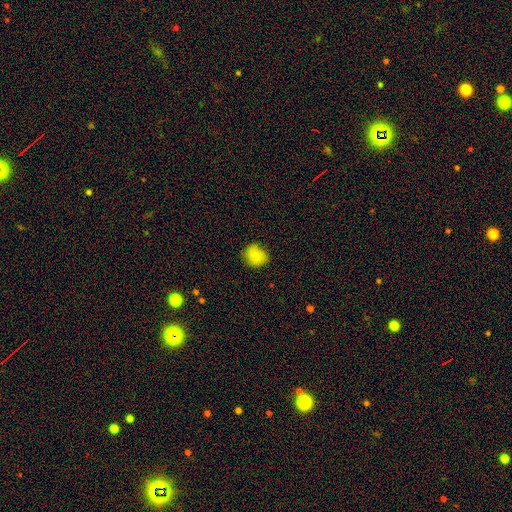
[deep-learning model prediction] Q: Smooth or featured?
A: smooth (81%); runner-up: star or artifact (10%)
Q: How rounded?
A: round (68%); runner-up: in between (31%)
Q: Merging?
A: none (74%); runner-up: minor disturbance (20%)